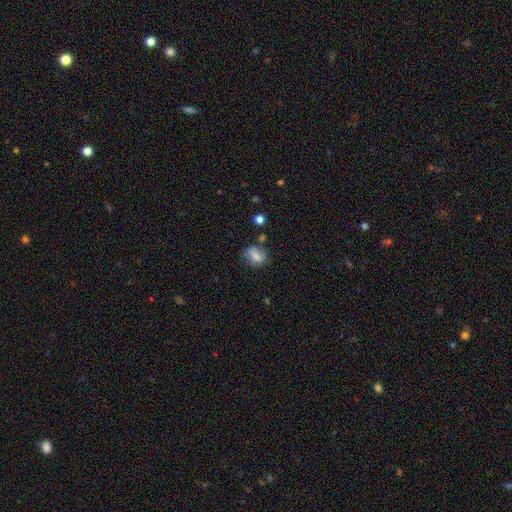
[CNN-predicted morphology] This appears to be a smooth galaxy with no disk features (68%) that is in between round and cigar-shaped (58%). Merging: none (63%).